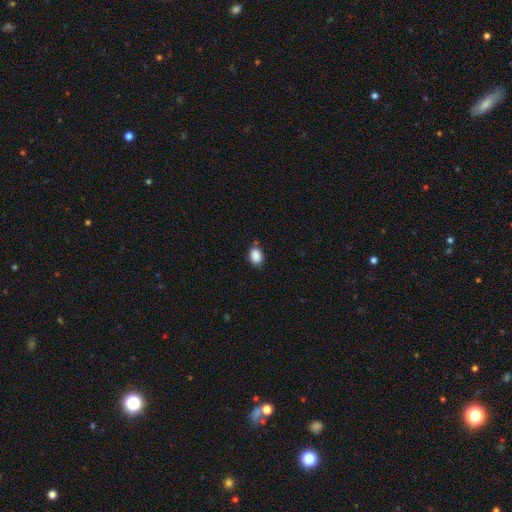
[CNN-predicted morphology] type=smooth (88%); roundness=in between (77%); merging=none (78%).